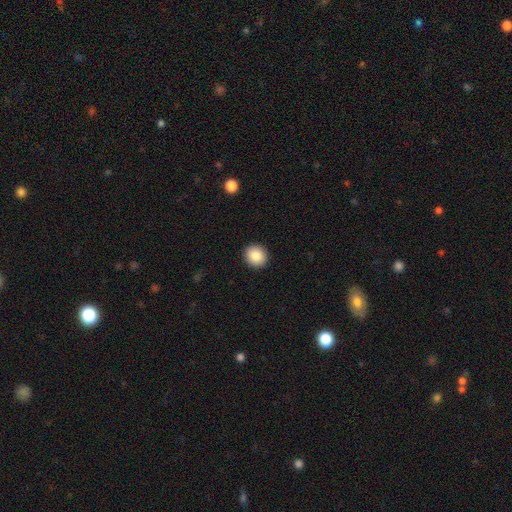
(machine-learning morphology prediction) Smooth or featured? smooth (86%)
How rounded? round (89%)
Merging? none (93%)